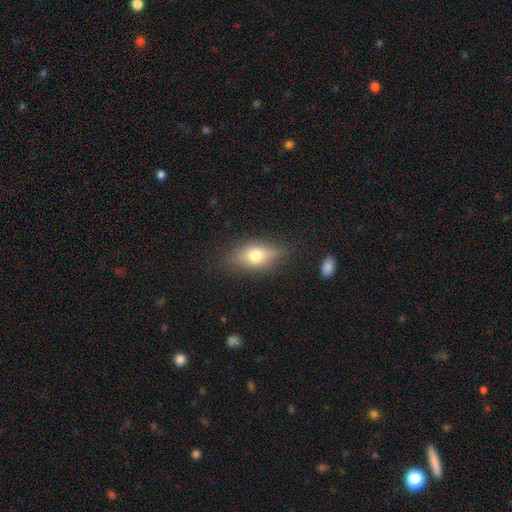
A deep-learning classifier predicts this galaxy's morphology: smooth-or-featured: smooth: 65% | featured or disk: 26% | star or artifact: 9%
  how-rounded: in between: 77% | cigar-shaped: 12% | round: 11%
  merging: none: 80% | minor disturbance: 14% | major disturbance: 4% | merger: 1%